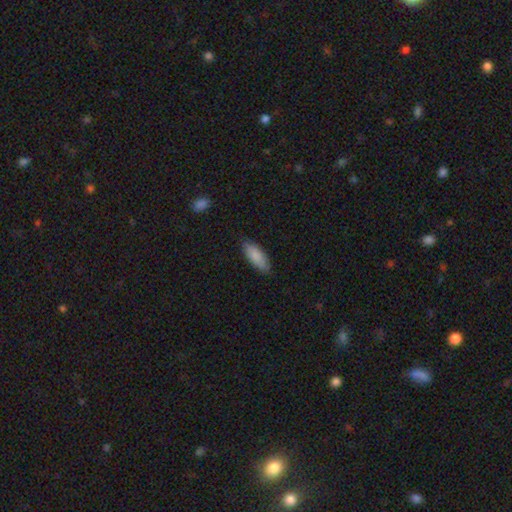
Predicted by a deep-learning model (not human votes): Overall: smooth (87%). How rounded: in between (74%). Merging: none (83%).